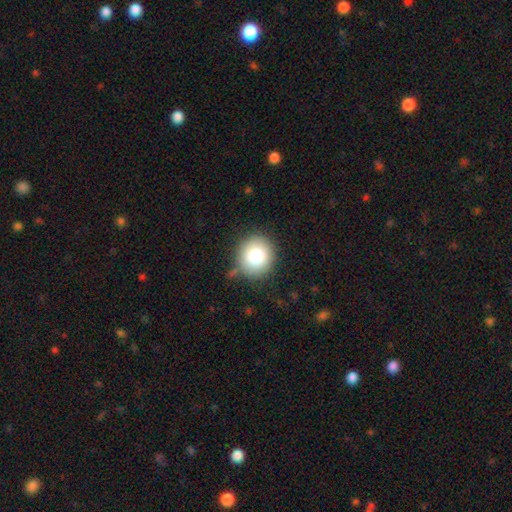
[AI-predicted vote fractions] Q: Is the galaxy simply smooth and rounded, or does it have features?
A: smooth — 80%.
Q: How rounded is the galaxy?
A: round — 90%.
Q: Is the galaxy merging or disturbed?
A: none — 83%.